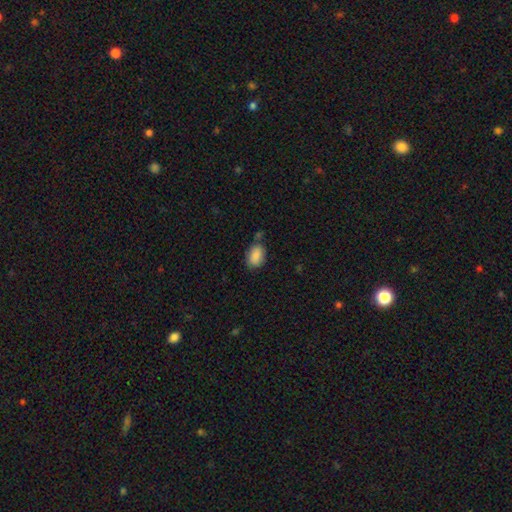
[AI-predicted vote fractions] smooth_or_featured: smooth (p=0.88) [alt: star or artifact p=0.07]
how_rounded: in between (p=0.86) [alt: round p=0.13]
merging: none (p=0.70) [alt: minor disturbance p=0.19]